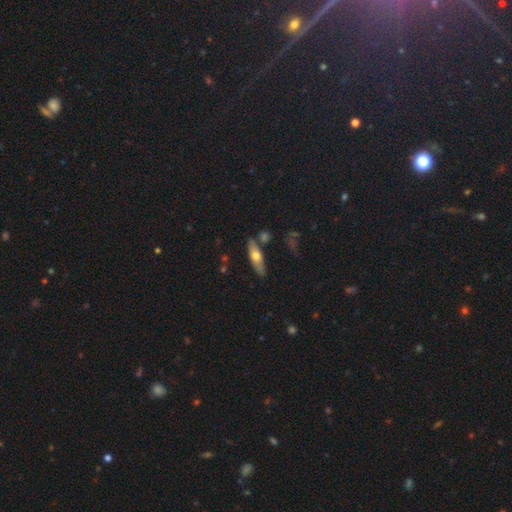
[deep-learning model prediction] The model was most divided on "smooth or featured": smooth: 53%, featured or disk: 41%, star or artifact: 6%. More confident: merging — none (78%); how rounded — cigar-shaped (56%).